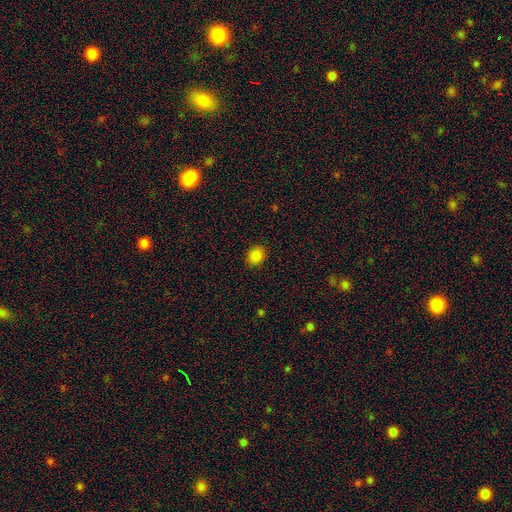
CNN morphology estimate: Smooth or featured? Predicted: smooth (p=0.85). How rounded? Predicted: round (p=0.59). Merging? Predicted: none (p=0.89).